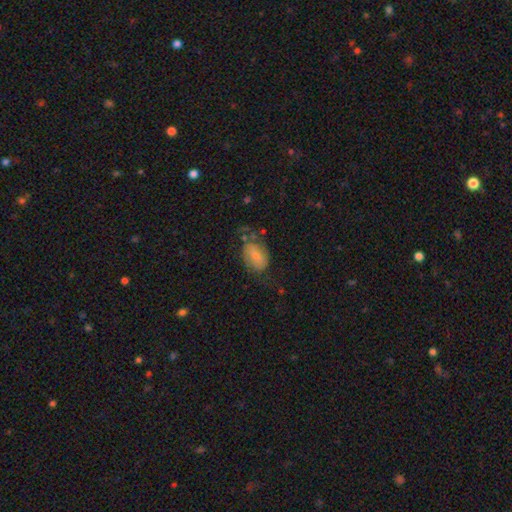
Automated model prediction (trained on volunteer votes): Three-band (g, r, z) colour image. It shows a smooth galaxy with no disk features (66%) that is in between round and cigar-shaped (86%). Merging: none (45%).